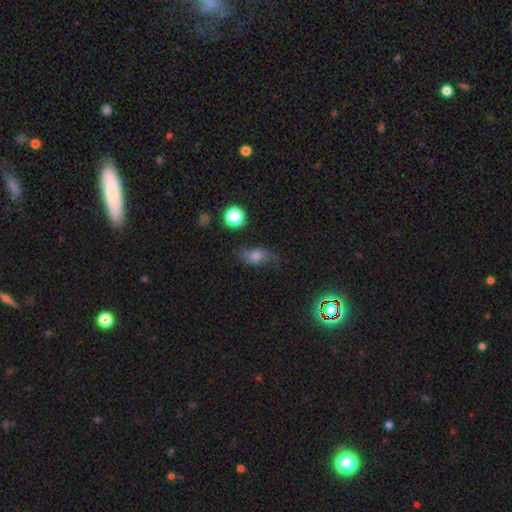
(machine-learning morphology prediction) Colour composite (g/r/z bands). It shows a smooth galaxy with no disk features (45%). Merging: none (61%).